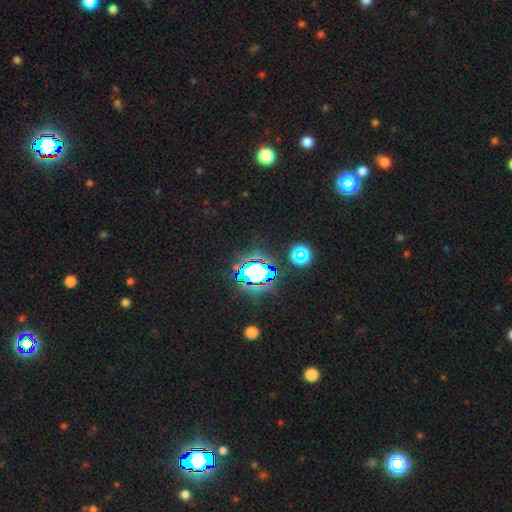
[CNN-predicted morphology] Smooth or featured?
  - star or artifact: 82% *
  - smooth: 11%
  - featured or disk: 7%